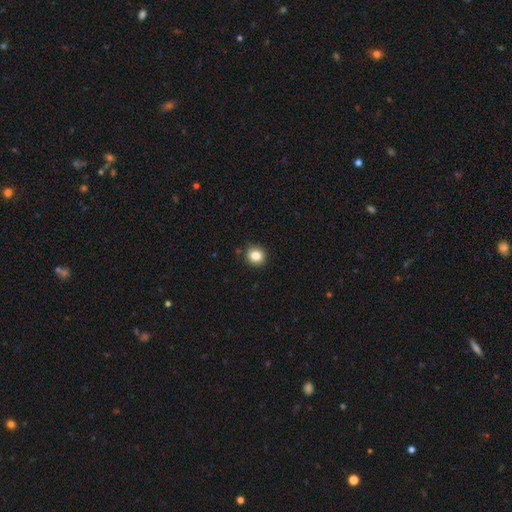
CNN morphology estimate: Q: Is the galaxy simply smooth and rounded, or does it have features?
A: smooth — 84%.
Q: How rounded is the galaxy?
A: round — 87%.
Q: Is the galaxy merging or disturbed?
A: none — 89%.